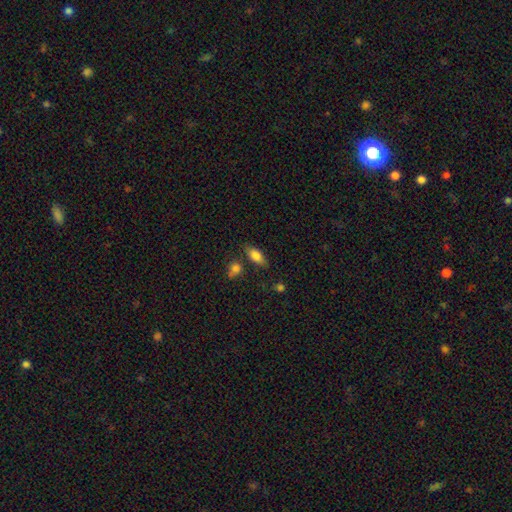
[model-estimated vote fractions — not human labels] This is likely a smooth galaxy (78%). How rounded: likely in between (79%). Merging: likely none (74%).